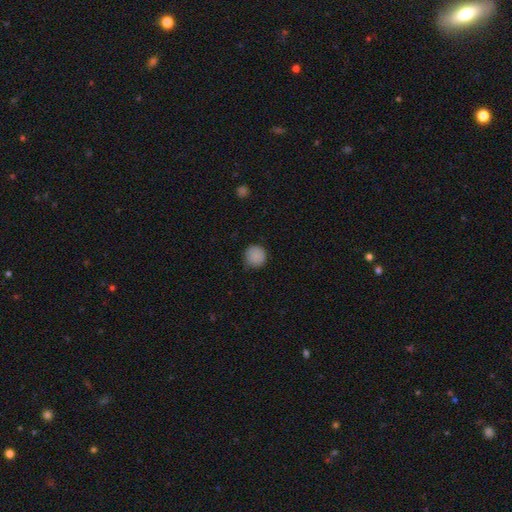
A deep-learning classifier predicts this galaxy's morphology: smooth 86%, star or artifact 9%, featured or disk 4%. Down the decision tree: how rounded — round (92%); merging — none (78%).